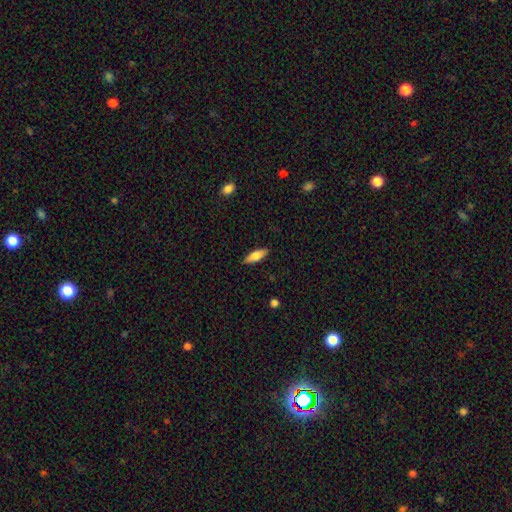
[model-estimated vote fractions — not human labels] smooth-or-featured: smooth: 74% | featured or disk: 20% | star or artifact: 6%
  how-rounded: in between: 54% | cigar-shaped: 44% | round: 2%
  merging: none: 88% | minor disturbance: 9% | major disturbance: 2% | merger: 1%